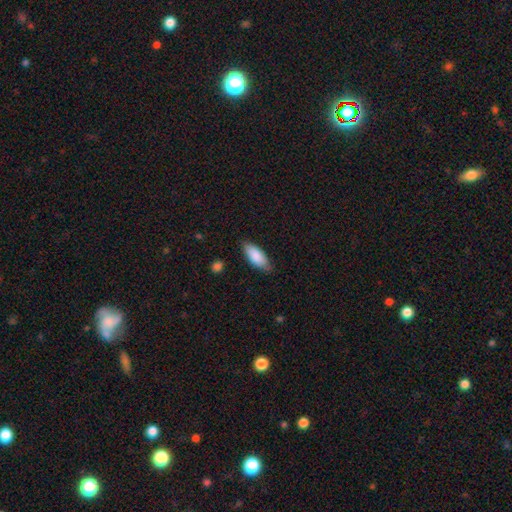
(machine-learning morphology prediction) type=smooth (87%); roundness=in between (81%); merging=none (81%).